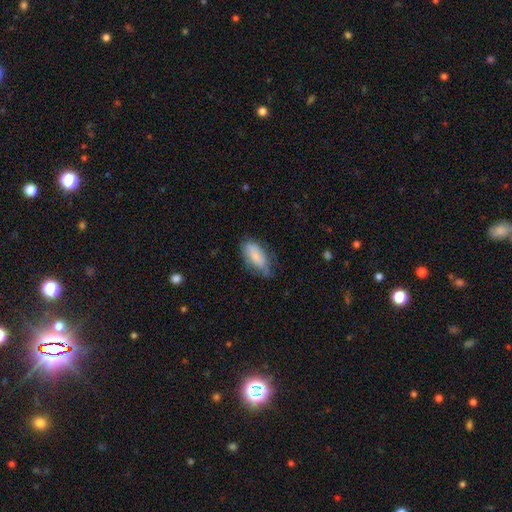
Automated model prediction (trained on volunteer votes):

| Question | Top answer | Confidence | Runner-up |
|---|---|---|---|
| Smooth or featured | smooth | 76% | featured or disk (17%) |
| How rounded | in between | 85% | cigar-shaped (13%) |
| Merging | none | 58% | minor disturbance (32%) |